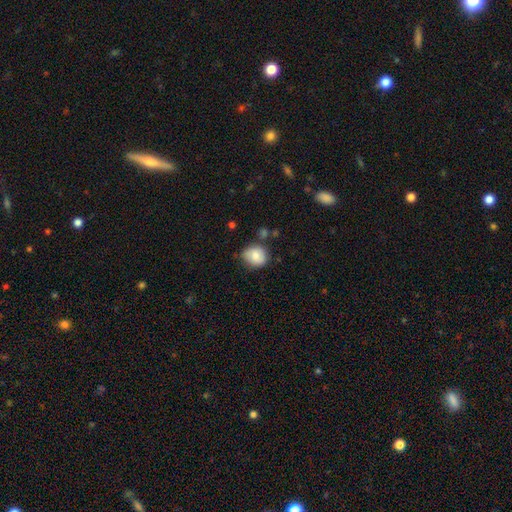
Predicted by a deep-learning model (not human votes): Smooth or featured? Predicted: smooth (p=0.79). How rounded? Predicted: round (p=0.70). Merging? Predicted: none (p=0.69).